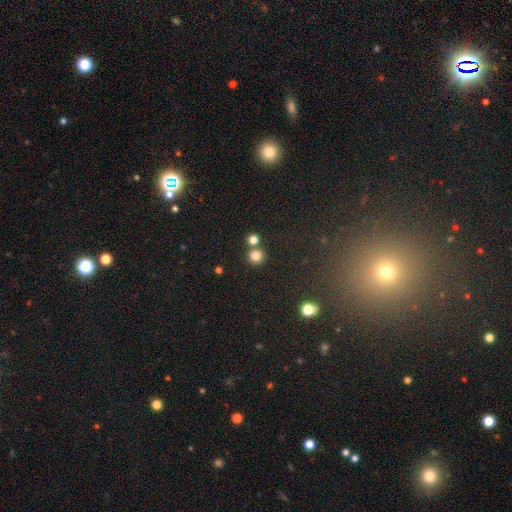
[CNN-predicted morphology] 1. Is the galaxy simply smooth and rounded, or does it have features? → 80% smooth, 14% star or artifact, 6% featured or disk.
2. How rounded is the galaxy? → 93% round, 7% in between, 1% cigar-shaped.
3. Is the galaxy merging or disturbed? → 72% none, 19% merger, 7% minor disturbance, 2% major disturbance.